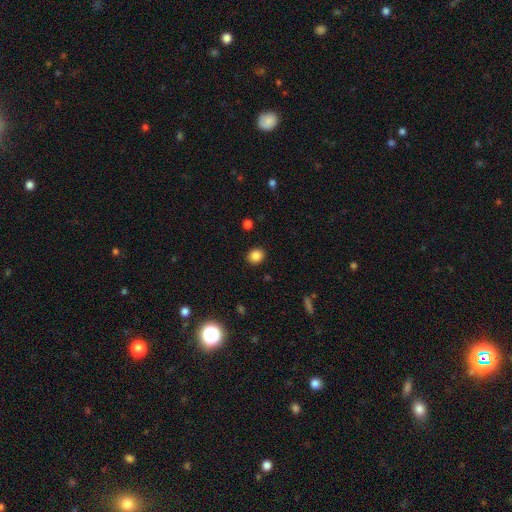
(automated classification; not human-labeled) smooth 85%, star or artifact 11%, featured or disk 4%. Down the decision tree: how rounded — round (77%); merging — none (91%).